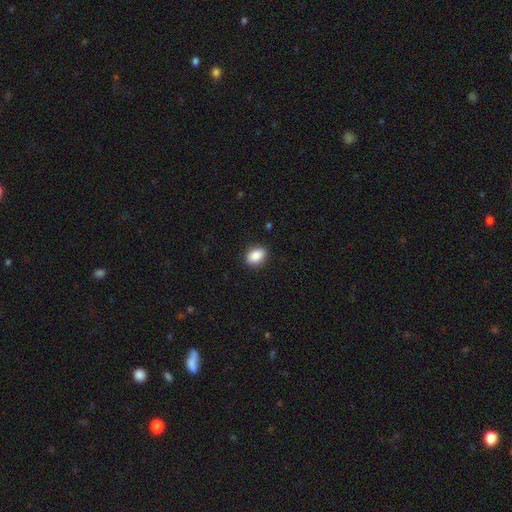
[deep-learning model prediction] Morphology: type=smooth (89%); roundness=in between (77%); merging=none (89%).